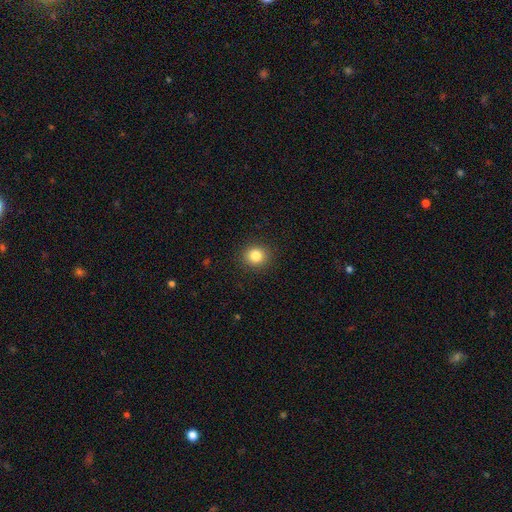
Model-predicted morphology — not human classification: Overall: smooth (83%). How rounded: round (87%). Merging: none (91%).